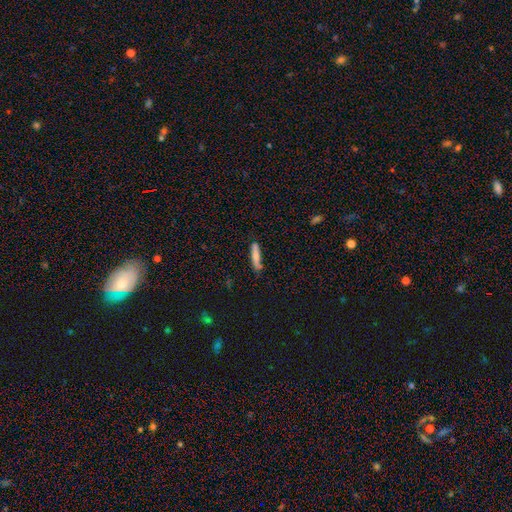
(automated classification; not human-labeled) Smooth or featured: smooth — 71% (featured or disk — 22%)
How rounded: cigar-shaped — 86% (in between — 12%)
Merging: none — 76% (minor disturbance — 18%)